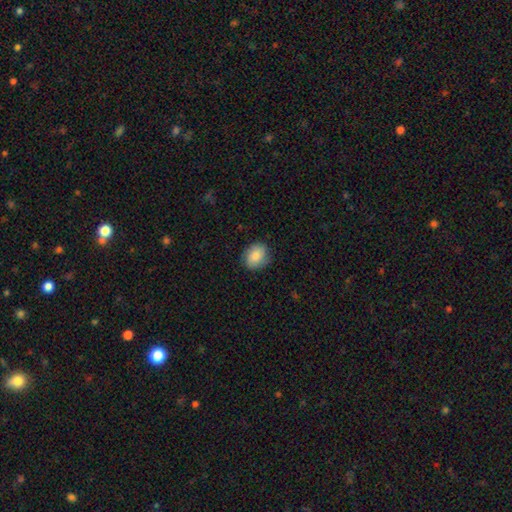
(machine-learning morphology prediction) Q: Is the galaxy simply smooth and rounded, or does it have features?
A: smooth — 82%.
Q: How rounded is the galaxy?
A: in between — 55%.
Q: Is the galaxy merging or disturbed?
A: none — 83%.